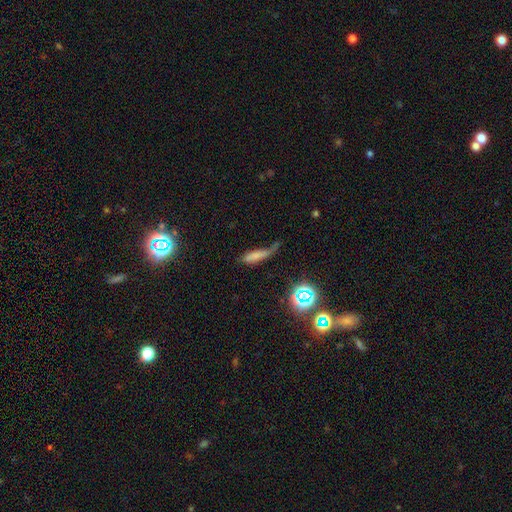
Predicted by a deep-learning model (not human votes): Smooth or featured? smooth (61%)
How rounded? cigar-shaped (62%)
Merging? none (32%)